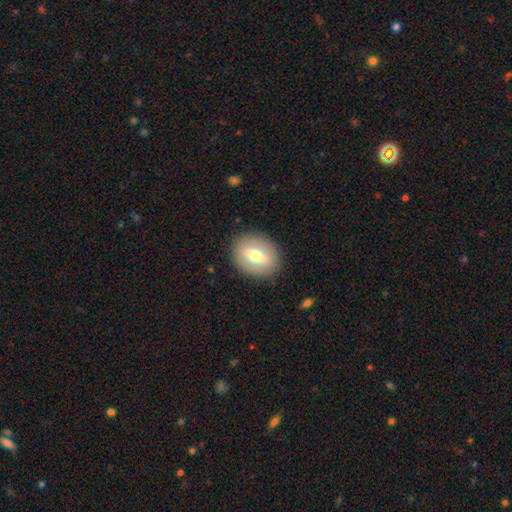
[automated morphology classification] This appears to be a smooth galaxy with no disk features (53%) that is in between round and cigar-shaped (59%). Merging: none (87%).